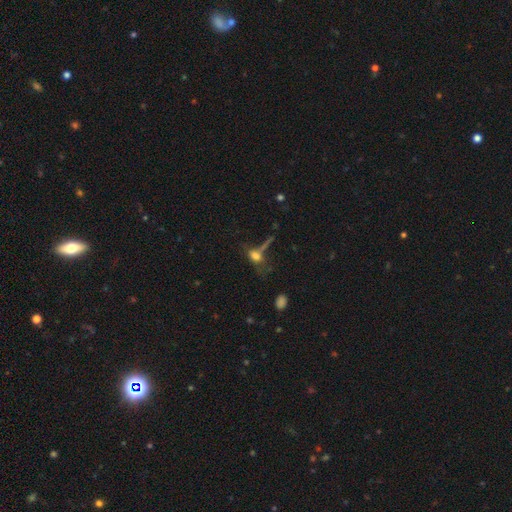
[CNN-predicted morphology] smooth_or_featured: smooth (p=0.60) [alt: featured or disk p=0.23]
how_rounded: in between (p=0.60) [alt: round p=0.28]
merging: none (p=0.41) [alt: merger p=0.22]